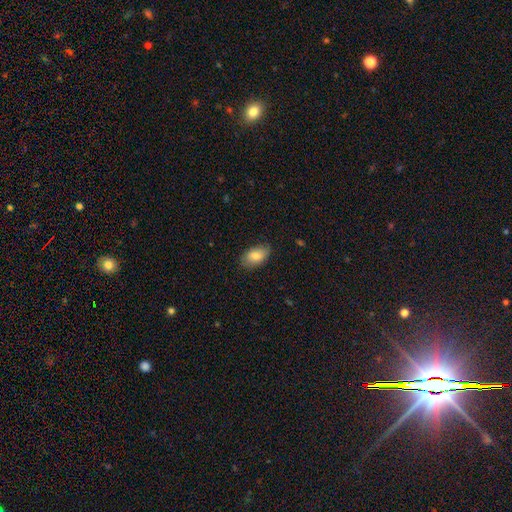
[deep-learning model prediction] smooth 81%, featured or disk 12%, star or artifact 7%. Down the decision tree: how rounded — in between (92%); merging — none (79%).